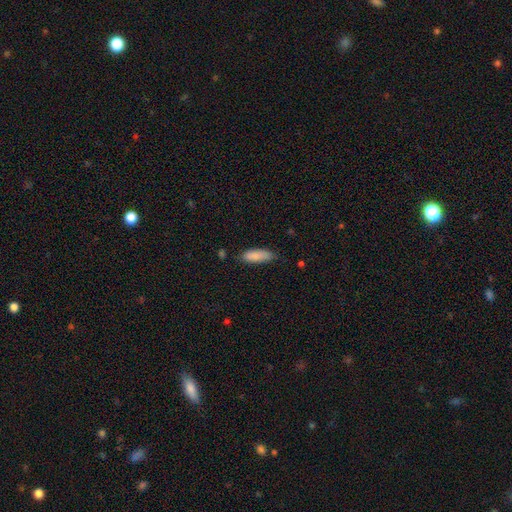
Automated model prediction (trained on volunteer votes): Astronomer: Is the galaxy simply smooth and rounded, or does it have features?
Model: smooth — 86%.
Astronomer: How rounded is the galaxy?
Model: in between — 62%.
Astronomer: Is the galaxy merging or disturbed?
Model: none — 73%.